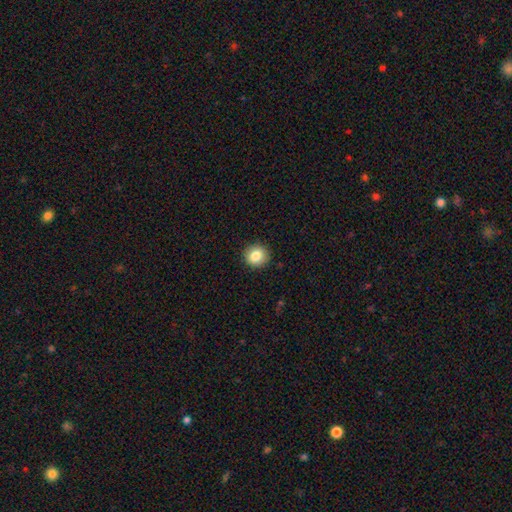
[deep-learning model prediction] smooth 84%, star or artifact 9%, featured or disk 7%. Down the decision tree: how rounded — round (87%); merging — none (91%).